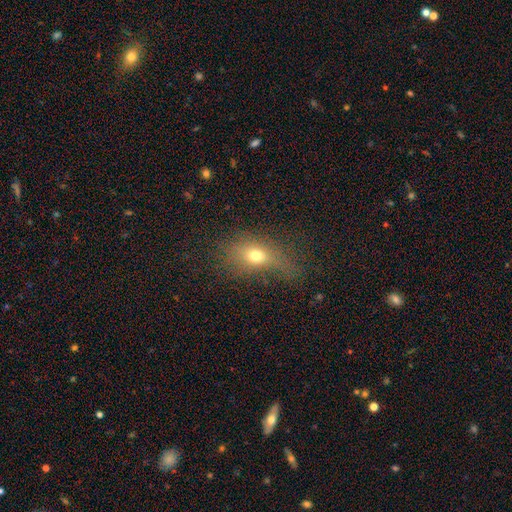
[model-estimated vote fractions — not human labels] This appears to be a smooth galaxy with no disk features (66%) that is in between round and cigar-shaped (61%). Merging: none (52%).